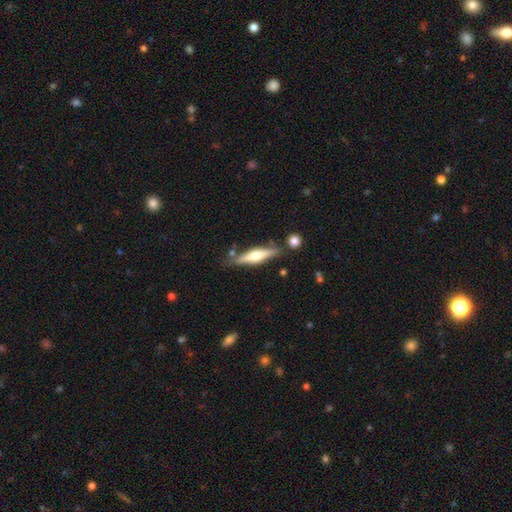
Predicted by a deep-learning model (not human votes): Smooth or featured? featured or disk (58%)
Edge-on disk? yes (95%)
Edge-on bulge? rounded (87%)
Merging? none (76%)